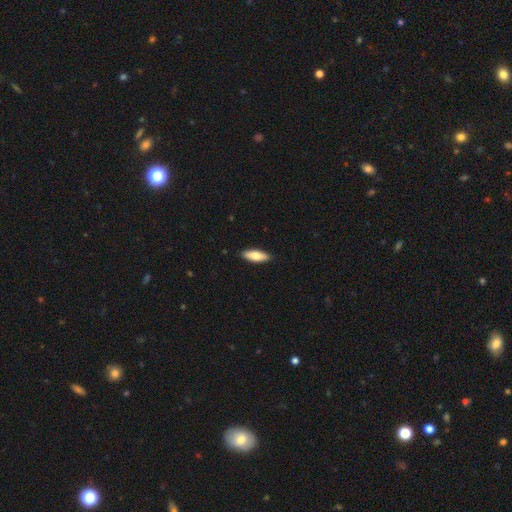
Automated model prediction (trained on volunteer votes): Smooth or featured: smooth — 76% (featured or disk — 19%)
How rounded: in between — 63% (cigar-shaped — 35%)
Merging: none — 89% (minor disturbance — 8%)